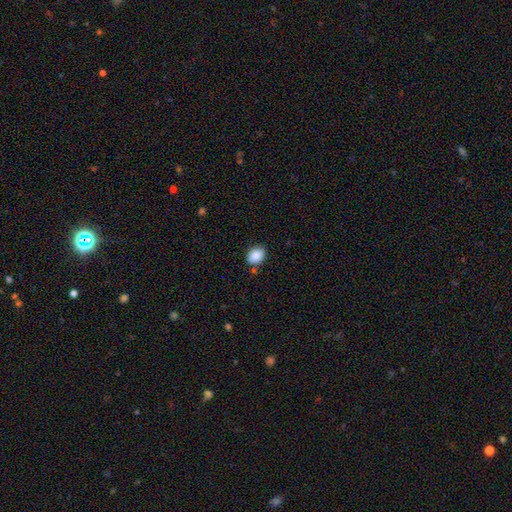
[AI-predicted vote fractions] Smooth or featured? smooth (88%)
How rounded? in between (63%)
Merging? none (80%)